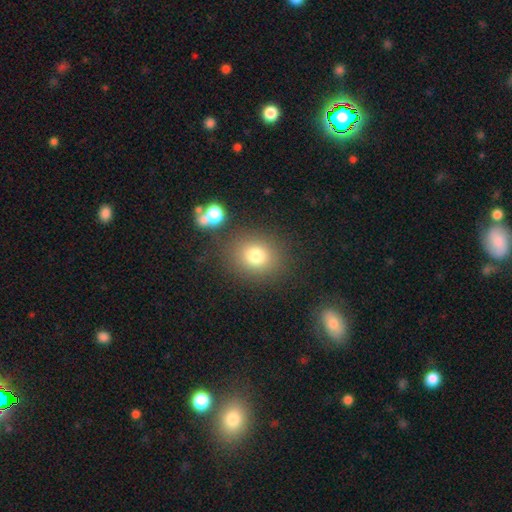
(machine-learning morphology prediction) Smooth or featured? Predicted: smooth (p=0.78). How rounded? Predicted: round (p=0.73). Merging? Predicted: none (p=0.79).